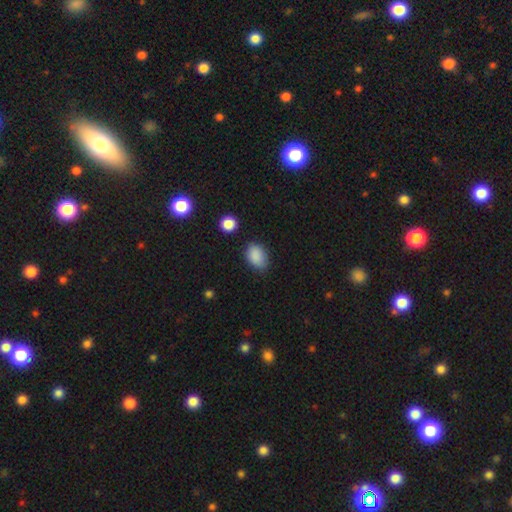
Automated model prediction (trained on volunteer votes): smooth_or_featured: smooth (p=0.88) [alt: star or artifact p=0.08]
how_rounded: in between (p=0.82) [alt: round p=0.17]
merging: none (p=0.76) [alt: minor disturbance p=0.17]